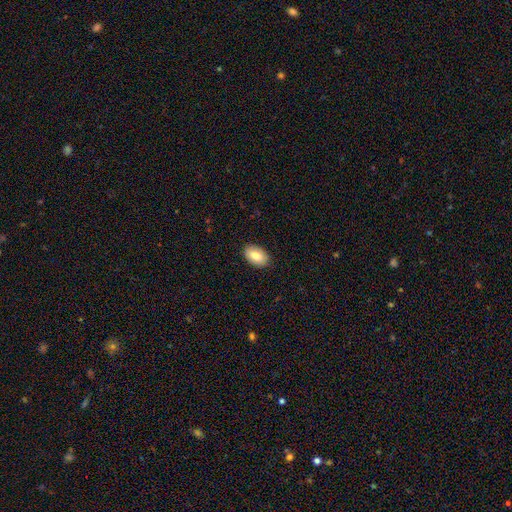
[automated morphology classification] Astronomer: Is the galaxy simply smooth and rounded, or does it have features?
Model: smooth — 82%.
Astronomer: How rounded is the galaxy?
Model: in between — 93%.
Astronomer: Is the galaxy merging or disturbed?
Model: none — 89%.